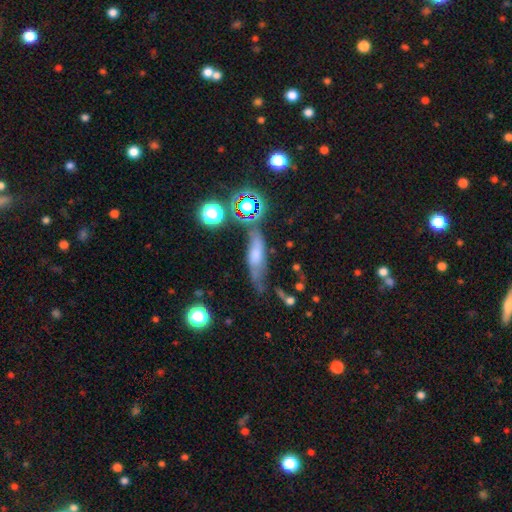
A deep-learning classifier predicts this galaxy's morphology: Q: Smooth or featured?
A: featured or disk (42%); runner-up: smooth (41%)
Q: Merging?
A: none (53%); runner-up: minor disturbance (25%)